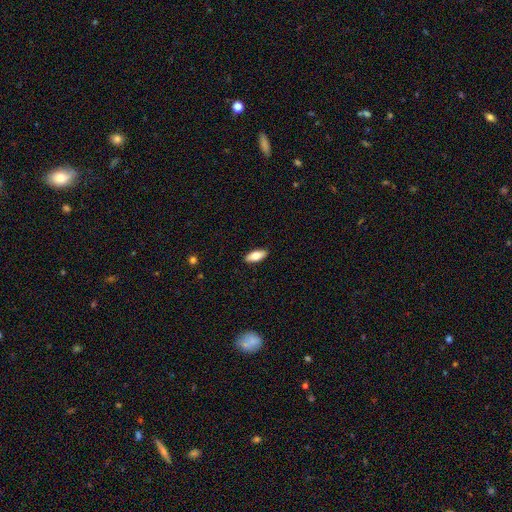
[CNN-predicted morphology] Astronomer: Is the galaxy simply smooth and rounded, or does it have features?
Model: smooth — 77%.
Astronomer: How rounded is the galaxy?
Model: in between — 82%.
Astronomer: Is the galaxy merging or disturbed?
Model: none — 90%.